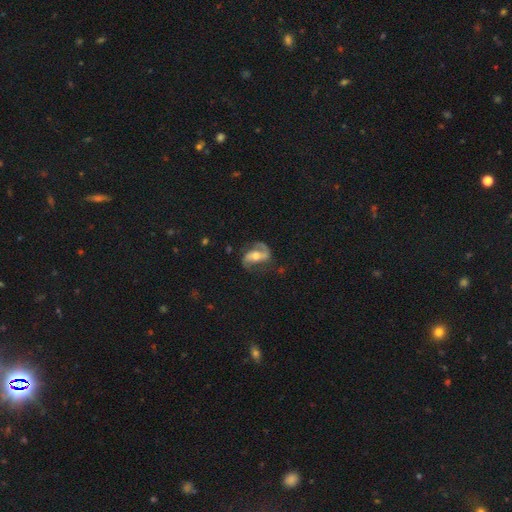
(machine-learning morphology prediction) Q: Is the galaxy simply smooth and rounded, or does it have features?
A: featured or disk — 84%.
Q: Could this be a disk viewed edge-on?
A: no — 96%.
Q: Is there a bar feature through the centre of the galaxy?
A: weak — 36%.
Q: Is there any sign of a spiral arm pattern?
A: yes — 95%.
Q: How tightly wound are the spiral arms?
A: loose — 44%.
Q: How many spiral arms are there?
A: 2 — 89%.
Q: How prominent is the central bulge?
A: moderate — 63%.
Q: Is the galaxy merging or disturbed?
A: none — 67%.